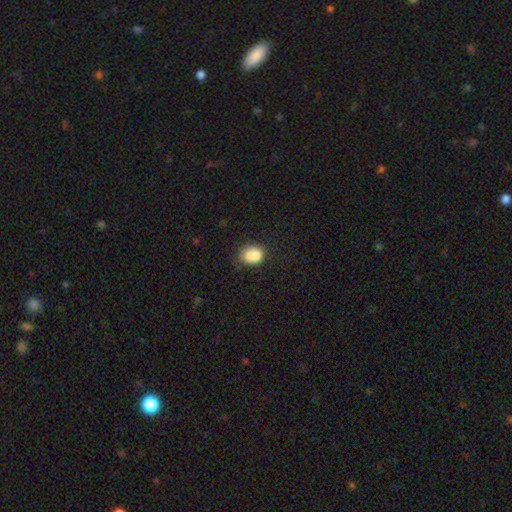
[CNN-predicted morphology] Overall: smooth (79%). How rounded: round (56%; in between 42%). Merging: none (48%; merger 23%).